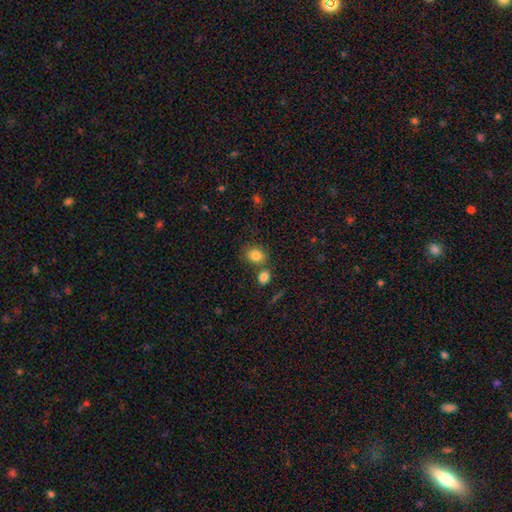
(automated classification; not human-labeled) This appears to be a smooth galaxy with no disk features (83%) that is in between round and cigar-shaped (49%, tied with round). Merging: none (63%).